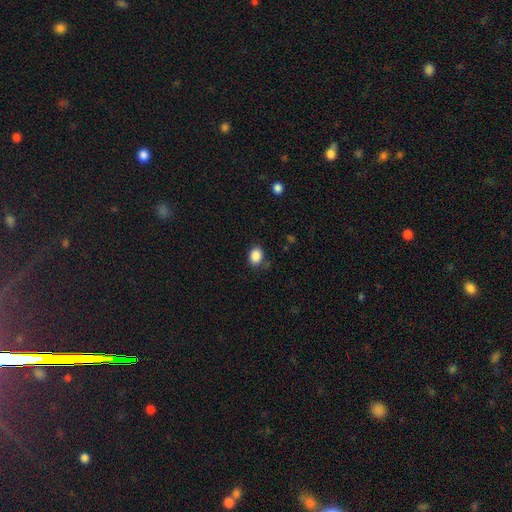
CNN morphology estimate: Q: Smooth or featured?
A: smooth (87%); runner-up: star or artifact (9%)
Q: How rounded?
A: in between (62%); runner-up: round (37%)
Q: Merging?
A: none (79%); runner-up: minor disturbance (15%)